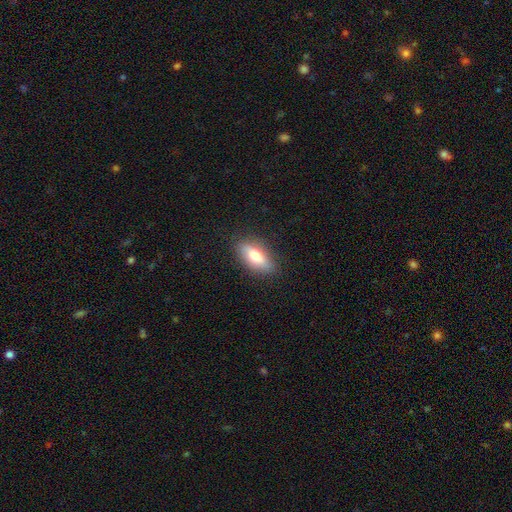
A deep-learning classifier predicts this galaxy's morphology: Q: Smooth or featured?
A: smooth (67%); runner-up: featured or disk (26%)
Q: How rounded?
A: in between (78%); runner-up: cigar-shaped (18%)
Q: Merging?
A: none (85%); runner-up: minor disturbance (11%)